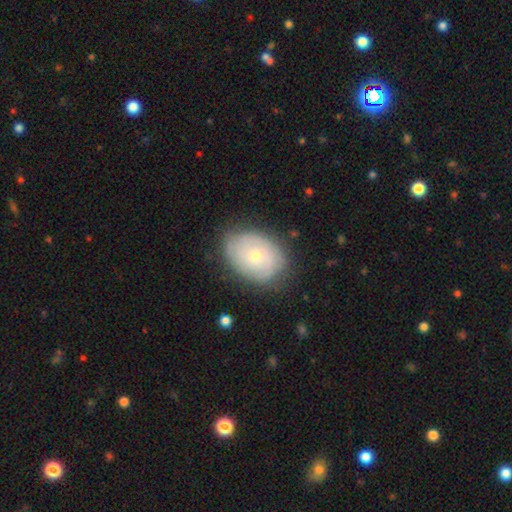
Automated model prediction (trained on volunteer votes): A featured or disk galaxy (55%) with no bar (84%), spiral arms (70%) and a small central bulge (57%). Merging: none (74%).